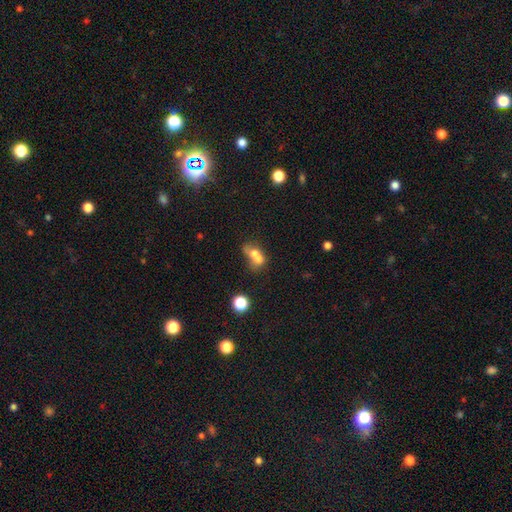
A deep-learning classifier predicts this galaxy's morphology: A smooth galaxy with no disk features (64%) that is round (55%). Merging: merger (71%).